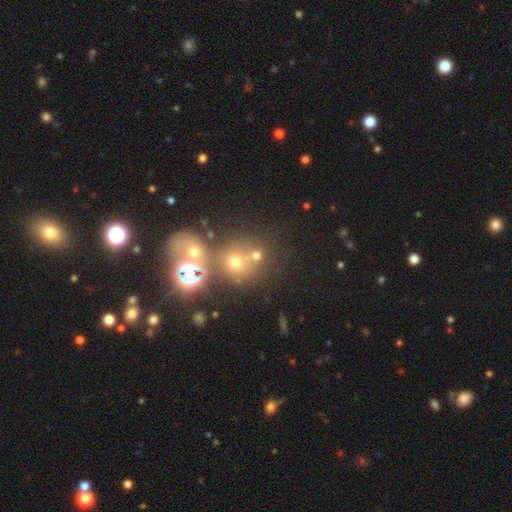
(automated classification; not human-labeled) A smooth galaxy with no disk features (59%) that is round (83%). Merging: none (58%).